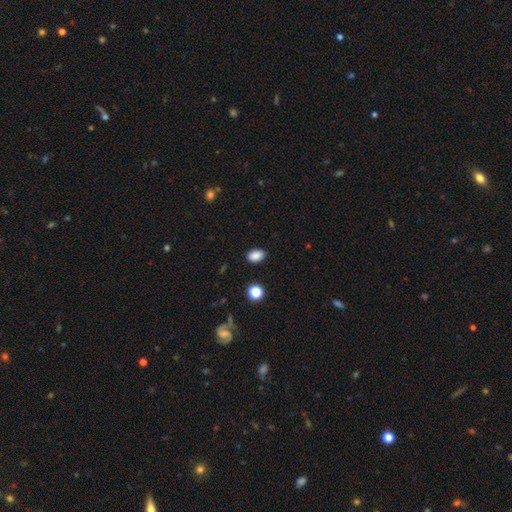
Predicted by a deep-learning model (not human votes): A smooth galaxy with no disk features (87%) that is in between round and cigar-shaped (85%).

Vote fractions:
- Smooth or featured? smooth: 87% / star or artifact: 9% / featured or disk: 3%
- How rounded? in between: 85% / round: 14% / cigar-shaped: 1%
- Merging? none: 89% / minor disturbance: 8% / major disturbance: 2% / merger: 1%